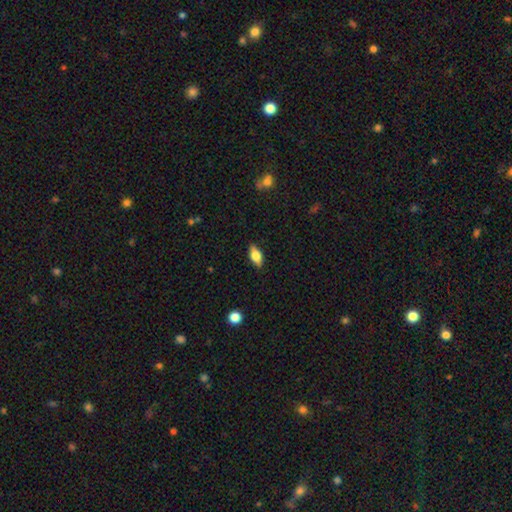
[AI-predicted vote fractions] Smooth or featured? Predicted: smooth (p=0.69). How rounded? Predicted: in between (p=0.83). Merging? Predicted: none (p=0.86).